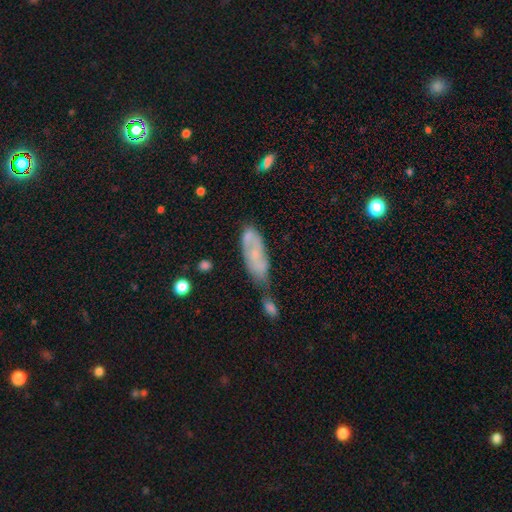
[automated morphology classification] The model was most divided on "smooth or featured": smooth: 48%, featured or disk: 44%, star or artifact: 8%. Remaining: merging — merger (34%).